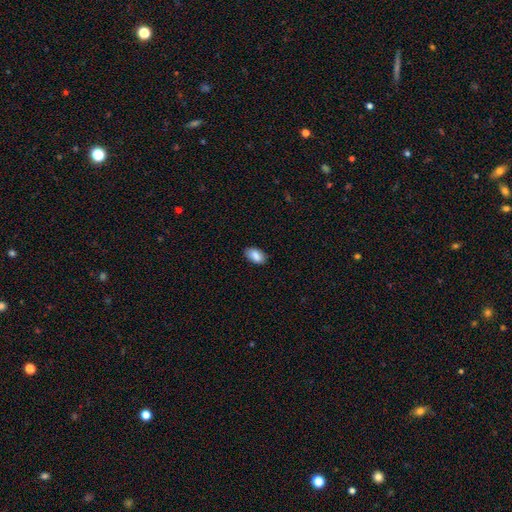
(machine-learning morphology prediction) This appears to be a smooth galaxy with no disk features (87%) that is in between round and cigar-shaped (94%). Merging: none (84%).